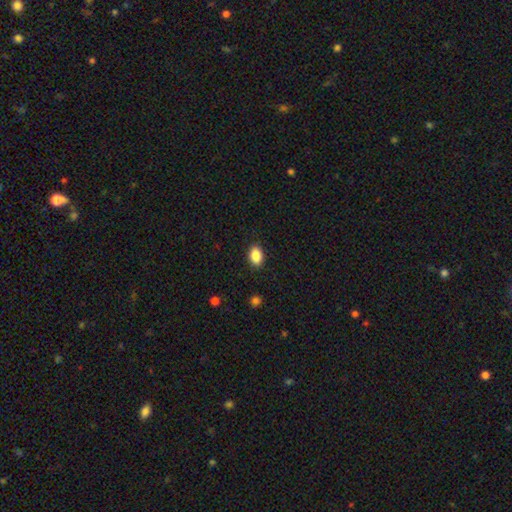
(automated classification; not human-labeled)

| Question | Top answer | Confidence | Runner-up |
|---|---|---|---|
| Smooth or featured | smooth | 88% | star or artifact (8%) |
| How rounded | in between | 86% | round (13%) |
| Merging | none | 89% | minor disturbance (8%) |